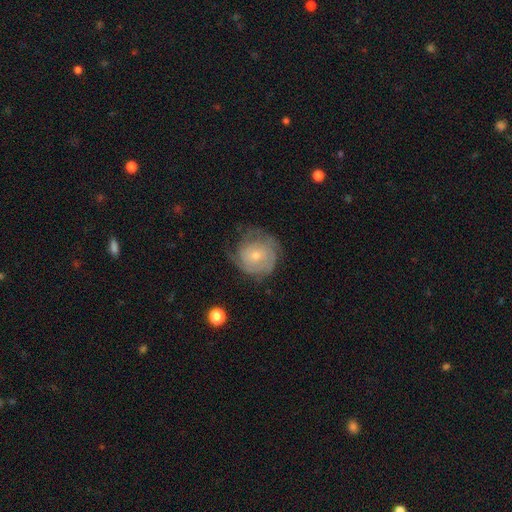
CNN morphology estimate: This is likely a featured or disk galaxy (75%). It is clearly not viewed edge-on (98%). Bar: likely no (75%). Spiral arm pattern: clearly yes (91%). Spiral arm count: marginally can't tell (37%). Spiral winding: likely tight (69%). Central bulge: likely small (62%). Merging: likely none (65%).